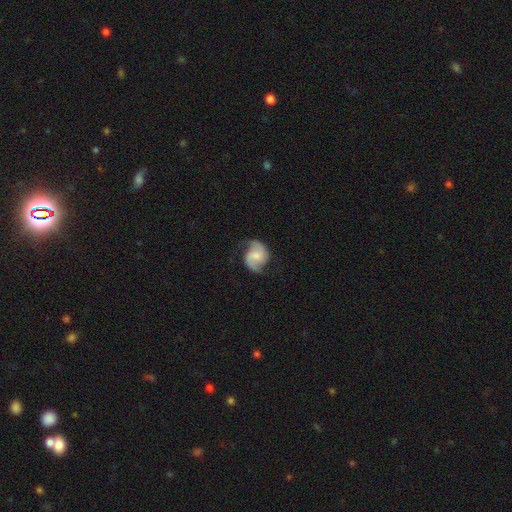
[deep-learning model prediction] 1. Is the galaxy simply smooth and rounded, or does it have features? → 73% featured or disk, 21% smooth, 7% star or artifact.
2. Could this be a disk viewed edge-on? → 98% no, 2% yes.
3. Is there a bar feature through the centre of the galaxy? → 55% no, 37% weak, 8% strong.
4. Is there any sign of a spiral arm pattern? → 95% yes, 5% no.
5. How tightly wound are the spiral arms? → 46% medium, 35% loose, 18% tight.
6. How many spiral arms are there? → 91% 2, 4% can't tell, 2% 1, 1% 3, 1% 4, 1% more than 4.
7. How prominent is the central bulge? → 37% small, 36% moderate, 18% none, 7% large, 2% dominant.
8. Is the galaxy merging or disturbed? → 72% none, 19% minor disturbance, 8% major disturbance, 1% merger.